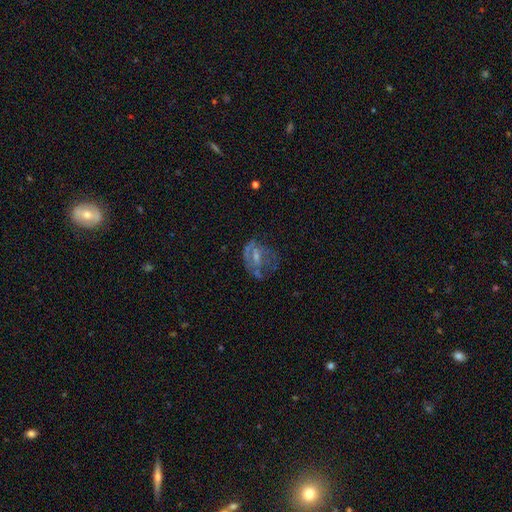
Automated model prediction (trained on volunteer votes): featured or disk 58%, smooth 29%, star or artifact 13%. Down the decision tree: edge-on disk — no (96%); bar — no (56%); spiral arms — no (69%); bulge size — small (41%); merging — none (37%).